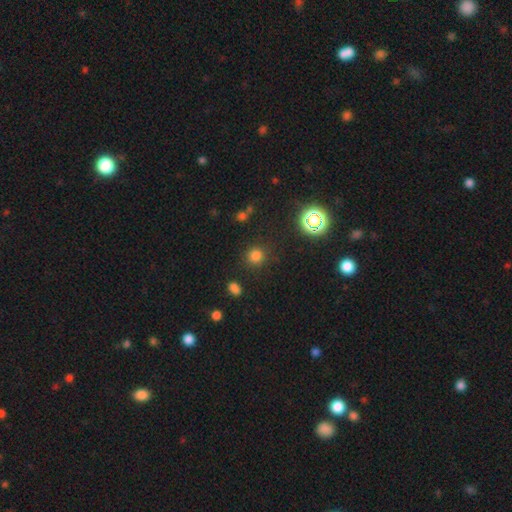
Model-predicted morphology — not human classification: smooth-or-featured: smooth: 75% | star or artifact: 20% | featured or disk: 5%
  how-rounded: round: 91% | in between: 8% | cigar-shaped: 1%
  merging: none: 85% | minor disturbance: 8% | major disturbance: 4% | merger: 3%